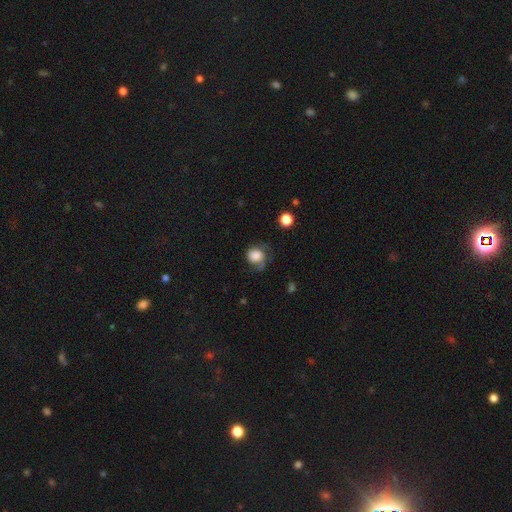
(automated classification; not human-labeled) This appears to be a smooth galaxy with no disk features (72%) that is round (73%). Merging: none (42%).